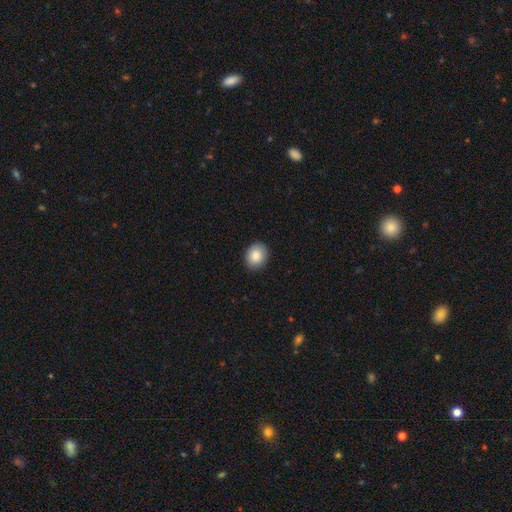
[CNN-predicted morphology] This appears to be a smooth galaxy with no disk features (86%) that is round (52%). Merging: none (89%).